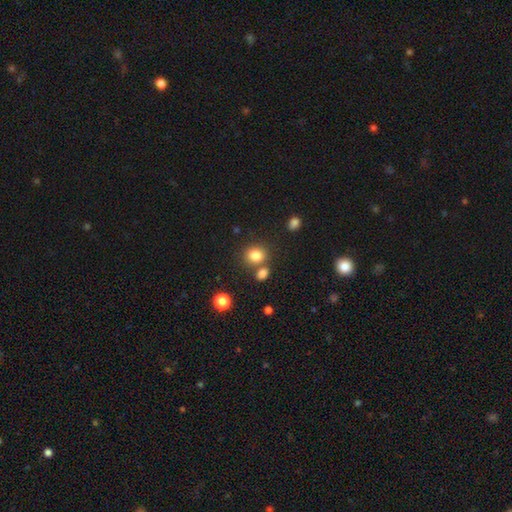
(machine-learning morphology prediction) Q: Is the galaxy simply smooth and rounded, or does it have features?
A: smooth — 82%.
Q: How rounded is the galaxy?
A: round — 66%.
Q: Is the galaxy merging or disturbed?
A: none — 65%.